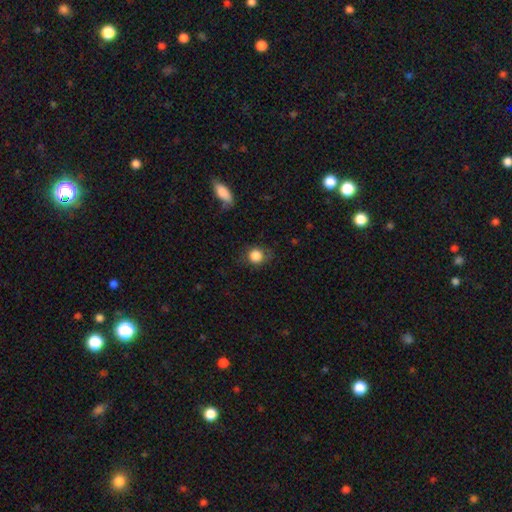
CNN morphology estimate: Smooth or featured: smooth — 85% (star or artifact — 9%)
How rounded: round — 82% (in between — 17%)
Merging: none — 72% (minor disturbance — 19%)